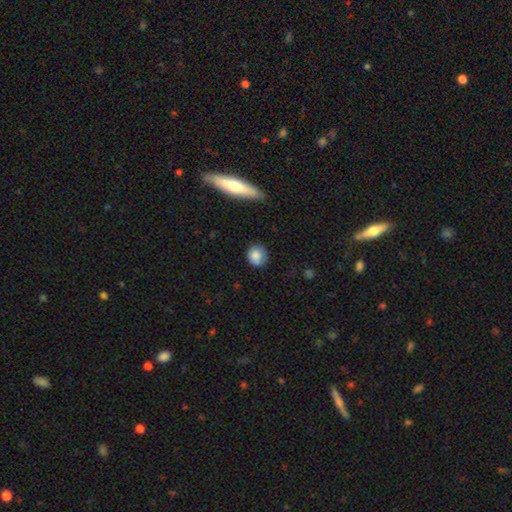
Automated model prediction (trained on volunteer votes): Smooth or featured: smooth — 84% (star or artifact — 8%)
How rounded: round — 77% (in between — 21%)
Merging: none — 73% (minor disturbance — 21%)